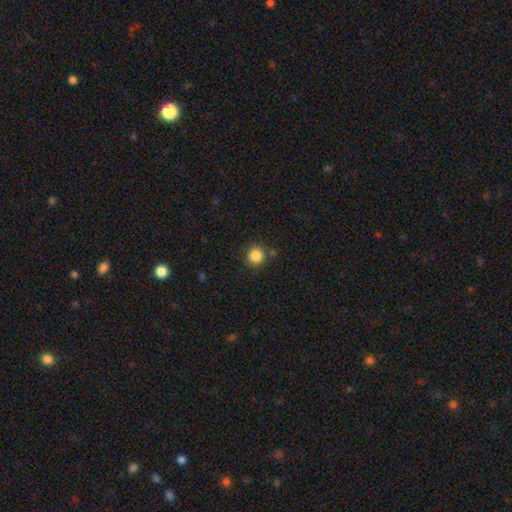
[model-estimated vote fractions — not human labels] A smooth galaxy with no disk features (85%) that is round (93%).

Vote fractions:
- Smooth or featured? smooth: 85% / star or artifact: 11% / featured or disk: 4%
- How rounded? round: 93% / in between: 6% / cigar-shaped: 1%
- Merging? none: 84% / minor disturbance: 9% / merger: 5% / major disturbance: 3%